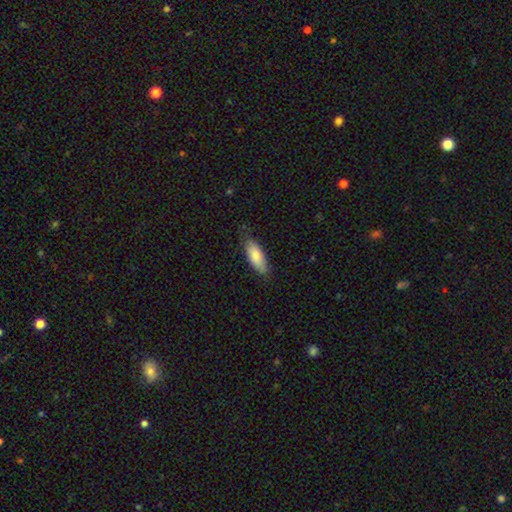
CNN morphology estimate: A smooth galaxy with no disk features (83%) that is in between round and cigar-shaped (77%).

Vote fractions:
- Smooth or featured? smooth: 83% / featured or disk: 12% / star or artifact: 6%
- How rounded? in between: 77% / cigar-shaped: 22% / round: 2%
- Merging? none: 73% / minor disturbance: 22% / major disturbance: 4% / merger: 1%